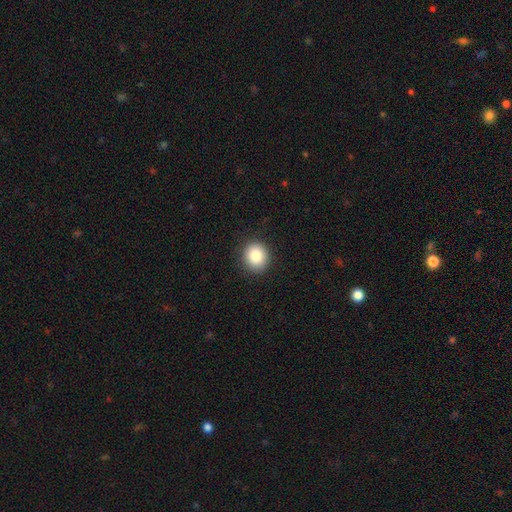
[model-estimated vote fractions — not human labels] Smooth or featured: smooth — 86% (star or artifact — 9%)
How rounded: round — 81% (in between — 18%)
Merging: none — 90% (minor disturbance — 7%)